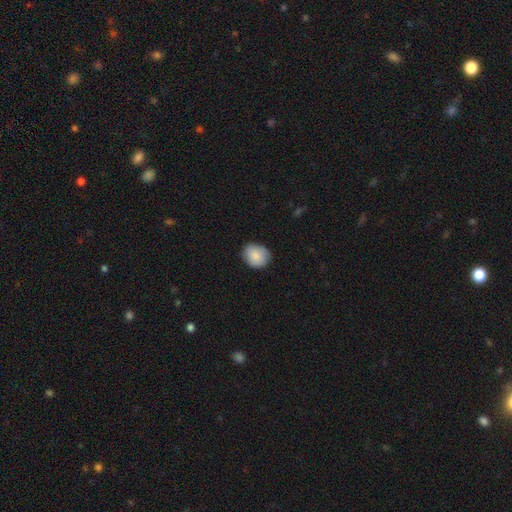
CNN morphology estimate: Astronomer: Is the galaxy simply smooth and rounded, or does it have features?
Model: smooth — 85%.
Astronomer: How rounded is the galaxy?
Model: round — 66%.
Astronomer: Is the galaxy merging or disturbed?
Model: none — 81%.